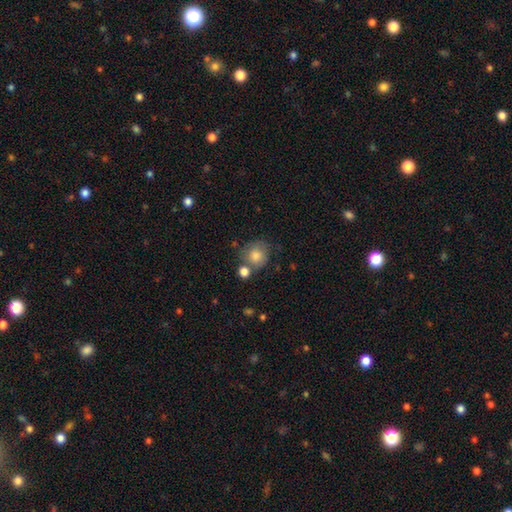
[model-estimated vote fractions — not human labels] Smooth or featured? smooth (79%)
How rounded? round (84%)
Merging? none (59%)